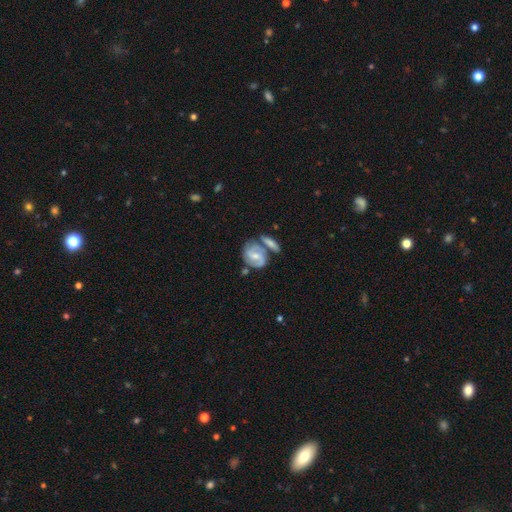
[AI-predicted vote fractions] featured or disk 76%, smooth 18%, star or artifact 6%. Down the decision tree: edge-on disk — no (97%); bar — weak (44%); spiral arms — yes (93%); spiral arm count — 2 (61%); spiral winding — tight (47%); bulge size — moderate (51%); merging — none (48%).